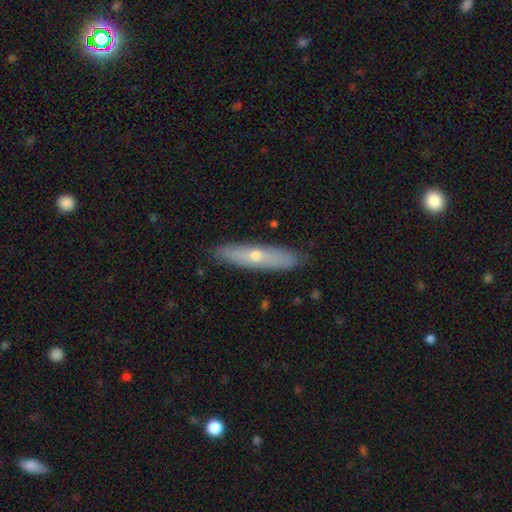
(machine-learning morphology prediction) This is possibly a smooth galaxy (52%). How rounded: likely cigar-shaped (77%). Merging: clearly none (85%).